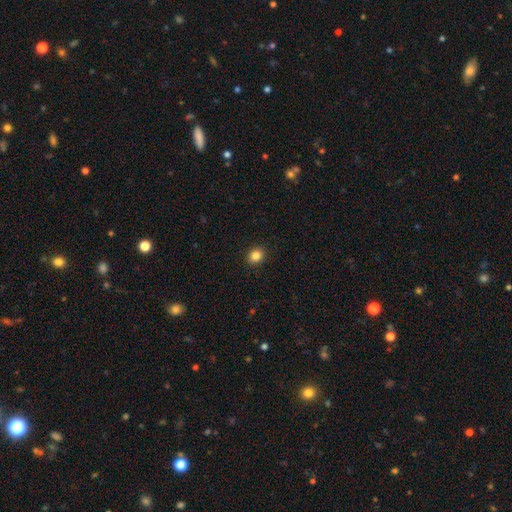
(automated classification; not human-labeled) Smooth or featured?
  - smooth: 85% *
  - star or artifact: 10%
  - featured or disk: 4%
How rounded?
  - round: 62% *
  - in between: 37%
  - cigar-shaped: 1%
Merging?
  - none: 91% *
  - minor disturbance: 6%
  - major disturbance: 2%
  - merger: 1%